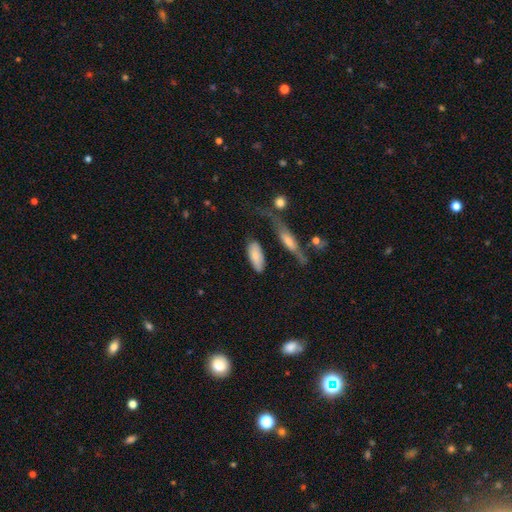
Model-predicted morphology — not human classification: Overall: smooth (79%). How rounded: in between (79%). Merging: none (65%).